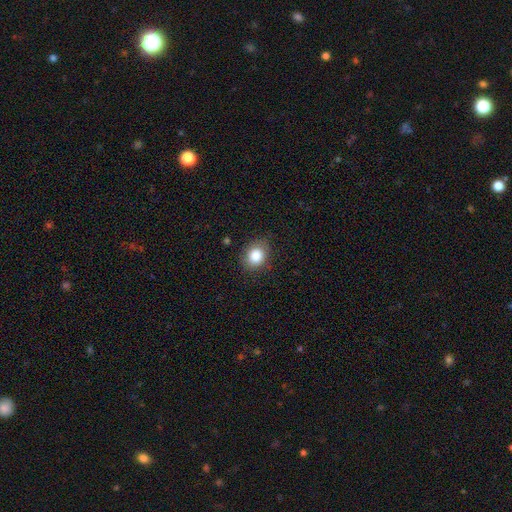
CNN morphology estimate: smooth-or-featured: smooth: 85% | star or artifact: 9% | featured or disk: 6%
  how-rounded: round: 52% | in between: 47% | cigar-shaped: 1%
  merging: none: 82% | minor disturbance: 14% | major disturbance: 3% | merger: 1%